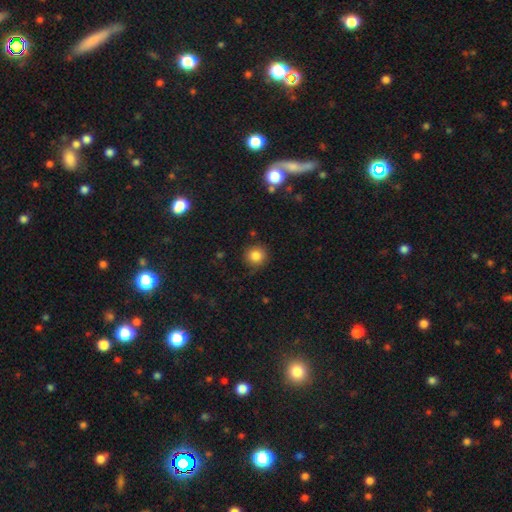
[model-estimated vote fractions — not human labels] The model was most divided on "merging": none: 84%, minor disturbance: 11%, major disturbance: 3%, merger: 2%. More confident: how rounded — round (92%); smooth or featured — smooth (84%).